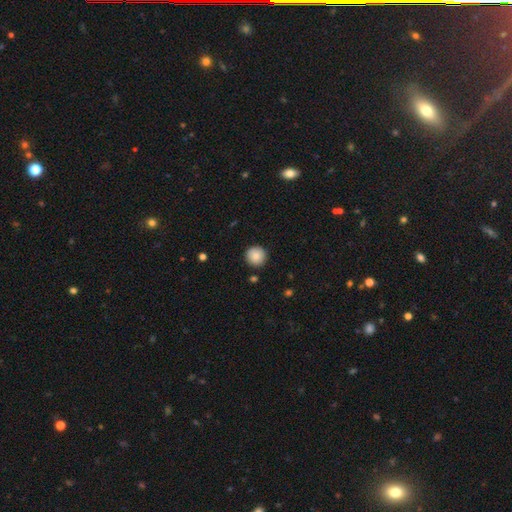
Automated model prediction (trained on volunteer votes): Smooth or featured: smooth — 85% (star or artifact — 8%)
How rounded: round — 96% (in between — 3%)
Merging: none — 90% (minor disturbance — 6%)